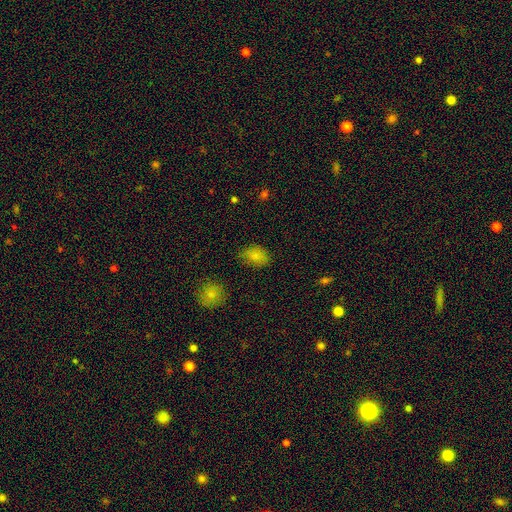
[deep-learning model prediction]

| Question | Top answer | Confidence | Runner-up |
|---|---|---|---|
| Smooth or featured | smooth | 82% | star or artifact (12%) |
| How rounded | in between | 77% | round (22%) |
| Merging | none | 68% | minor disturbance (24%) |